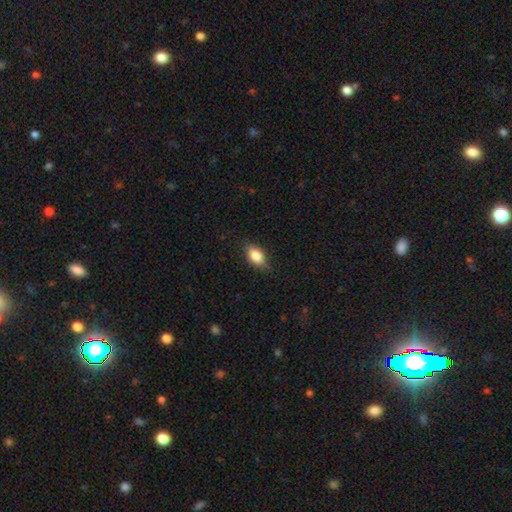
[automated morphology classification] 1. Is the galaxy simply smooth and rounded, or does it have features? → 84% smooth, 8% featured or disk, 8% star or artifact.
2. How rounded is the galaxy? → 87% in between, 10% round, 4% cigar-shaped.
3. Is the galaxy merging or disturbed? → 78% none, 18% minor disturbance, 3% major disturbance, 1% merger.